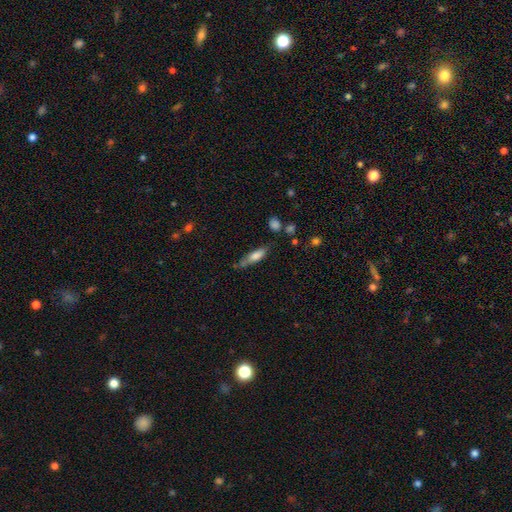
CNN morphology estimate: This is likely a smooth galaxy (72%). How rounded: possibly cigar-shaped (54%). Merging: possibly none (58%).